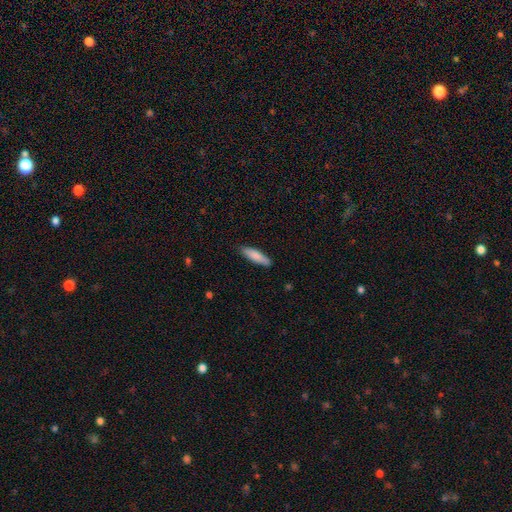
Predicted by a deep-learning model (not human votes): Smooth or featured: smooth — 83% (featured or disk — 11%)
How rounded: cigar-shaped — 68% (in between — 31%)
Merging: none — 85% (minor disturbance — 11%)